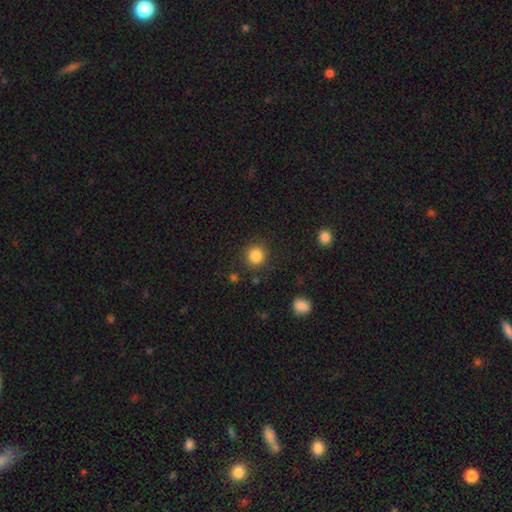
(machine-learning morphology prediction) smooth_or_featured: smooth (p=0.86) [alt: star or artifact p=0.10]
how_rounded: round (p=0.91) [alt: in between p=0.08]
merging: none (p=0.88) [alt: minor disturbance p=0.07]